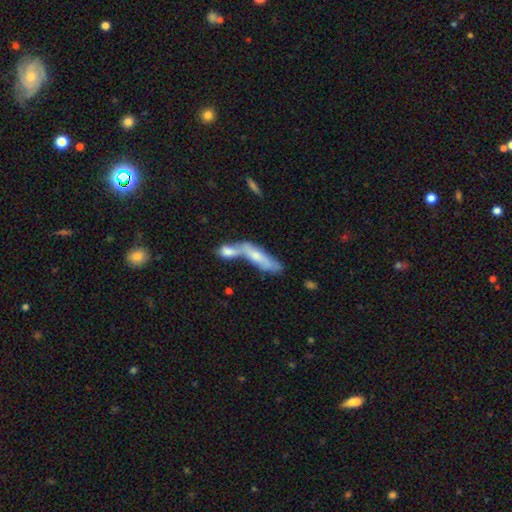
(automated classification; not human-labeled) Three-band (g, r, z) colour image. It shows a smooth galaxy with no disk features (54%) that is cigar-shaped (68%). Merging: merger (61%).